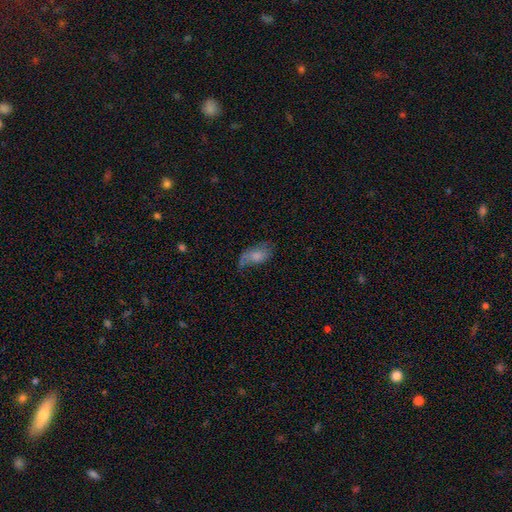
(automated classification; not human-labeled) Smooth or featured: smooth — 57% (featured or disk — 34%)
How rounded: in between — 91% (round — 5%)
Merging: none — 44% (minor disturbance — 31%)